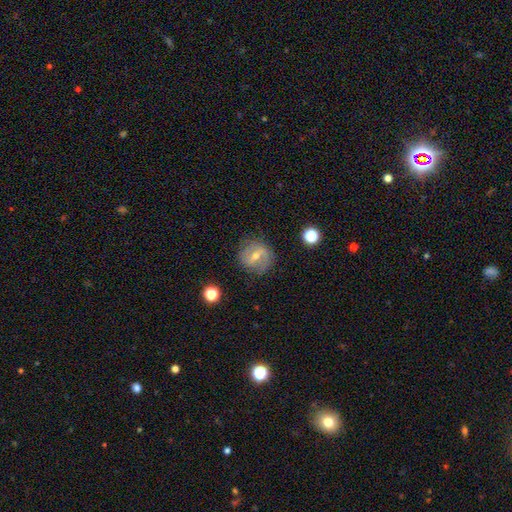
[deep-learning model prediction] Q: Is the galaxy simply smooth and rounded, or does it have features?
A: featured or disk — 67%.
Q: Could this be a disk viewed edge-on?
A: no — 95%.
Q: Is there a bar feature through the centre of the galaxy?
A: strong — 44%.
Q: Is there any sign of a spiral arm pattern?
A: yes — 75%.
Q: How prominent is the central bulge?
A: moderate — 57%.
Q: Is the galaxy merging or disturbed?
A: none — 78%.